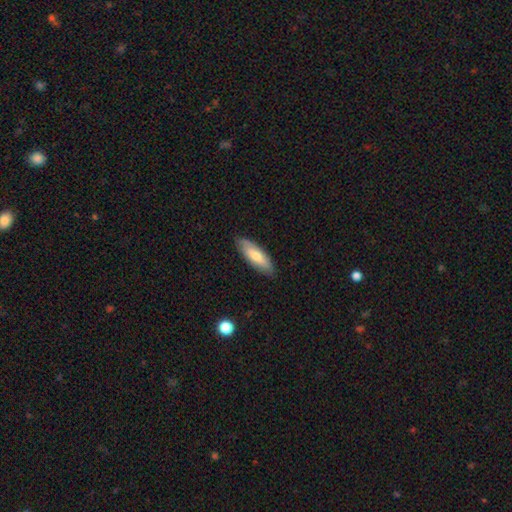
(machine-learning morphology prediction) A smooth galaxy with no disk features (69%) that is in between round and cigar-shaped (55%).

Vote fractions:
- Smooth or featured? smooth: 69% / featured or disk: 25% / star or artifact: 6%
- How rounded? in between: 55% / cigar-shaped: 43% / round: 2%
- Merging? none: 86% / minor disturbance: 11% / major disturbance: 2% / merger: 1%